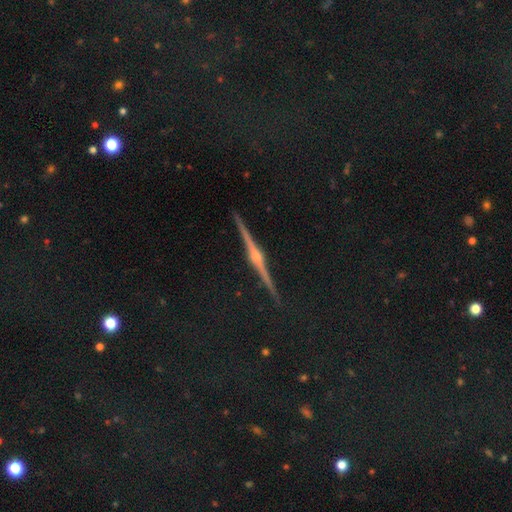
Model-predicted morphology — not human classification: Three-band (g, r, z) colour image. It shows a featured or disk galaxy (81%) viewed edge-on (98%) with a rounded central bulge (88%). Merging: none (93%).